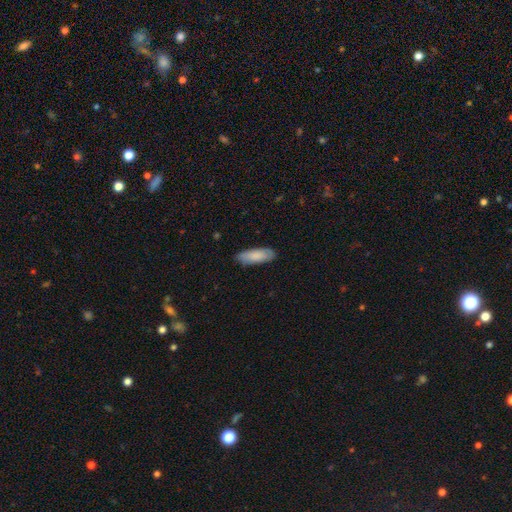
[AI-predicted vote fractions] Smooth or featured: smooth — 86% (featured or disk — 9%)
How rounded: in between — 60% (cigar-shaped — 39%)
Merging: none — 84% (minor disturbance — 13%)